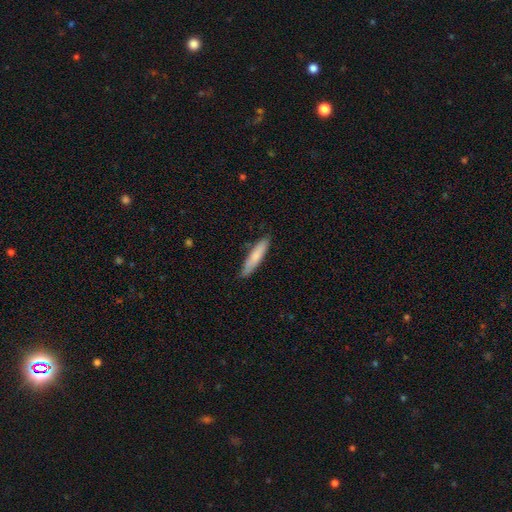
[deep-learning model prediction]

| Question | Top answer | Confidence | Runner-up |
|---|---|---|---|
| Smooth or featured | smooth | 77% | featured or disk (17%) |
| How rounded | cigar-shaped | 81% | in between (17%) |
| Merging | none | 82% | minor disturbance (15%) |